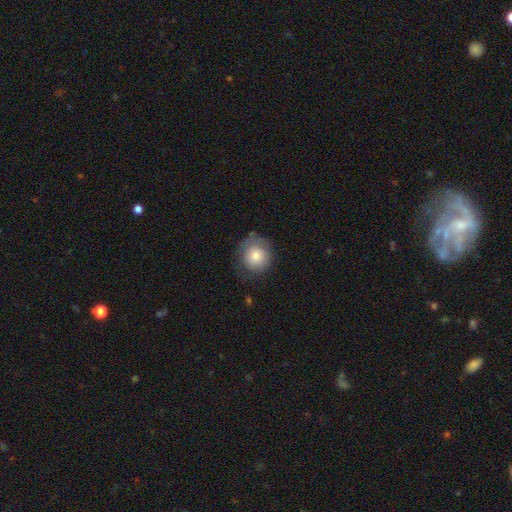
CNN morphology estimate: Smooth or featured? Predicted: smooth (p=0.74). How rounded? Predicted: round (p=0.90). Merging? Predicted: none (p=0.71).